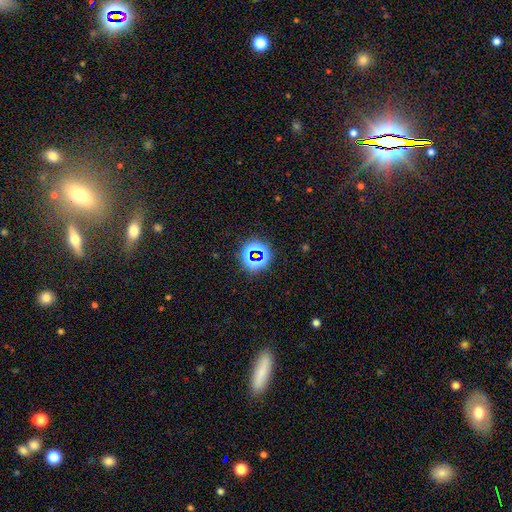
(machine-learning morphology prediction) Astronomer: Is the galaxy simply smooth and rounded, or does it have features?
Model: star or artifact — 70%.